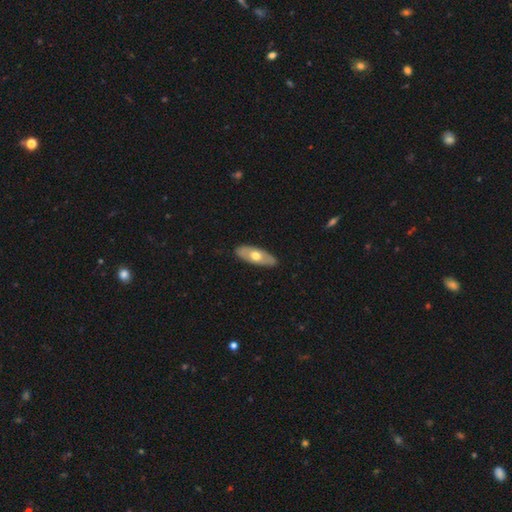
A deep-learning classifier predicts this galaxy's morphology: smooth-or-featured: smooth: 50% | featured or disk: 46% | star or artifact: 5%
  merging: none: 87% | minor disturbance: 10% | major disturbance: 2% | merger: 1%